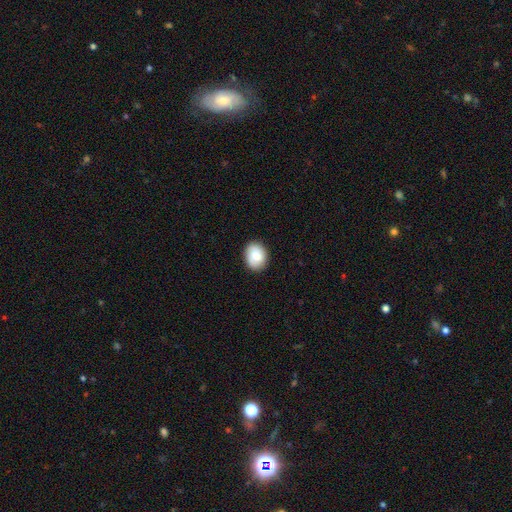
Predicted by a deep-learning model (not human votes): smooth_or_featured: smooth (p=0.79) [alt: featured or disk p=0.13]
how_rounded: in between (p=0.53) [alt: round p=0.46]
merging: none (p=0.86) [alt: minor disturbance p=0.10]